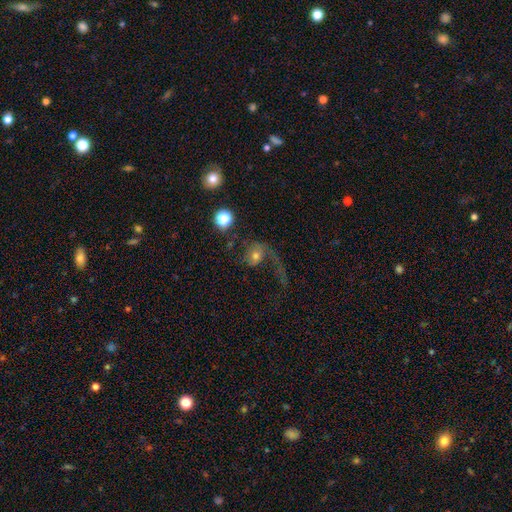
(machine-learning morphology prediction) Q: Smooth or featured?
A: featured or disk (44%); runner-up: smooth (42%)
Q: Merging?
A: major disturbance (55%); runner-up: none (26%)